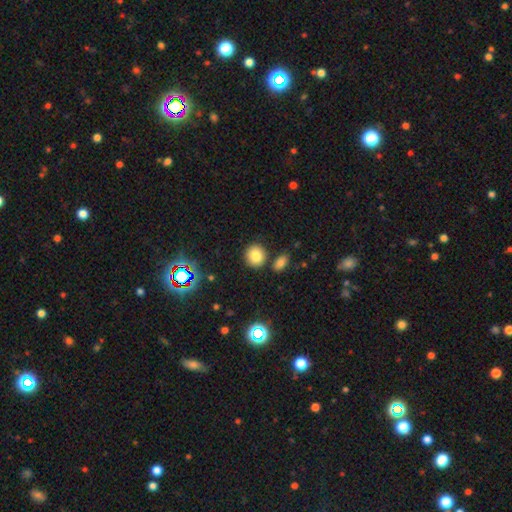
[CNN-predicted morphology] Overall: smooth (81%). How rounded: round (81%). Merging: none (80%).